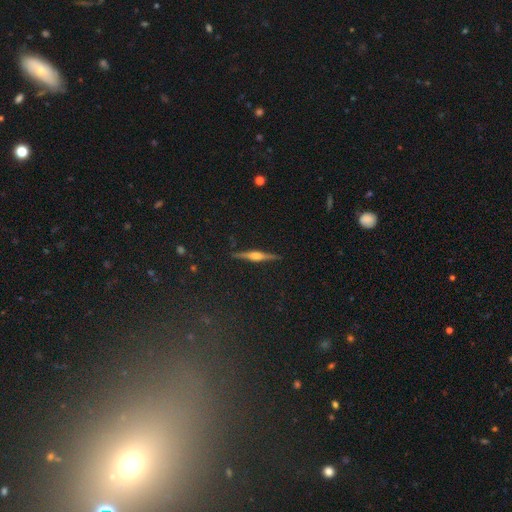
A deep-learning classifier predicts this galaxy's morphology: This is likely a featured or disk galaxy (77%). It is clearly viewed edge-on (98%). Edge-on bulge: clearly rounded (81%). Merging: clearly none (91%).